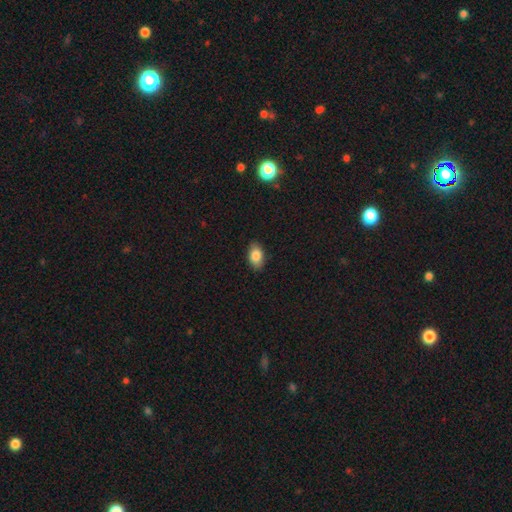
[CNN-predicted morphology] Overall: smooth (85%). How rounded: in between (90%). Merging: none (87%).